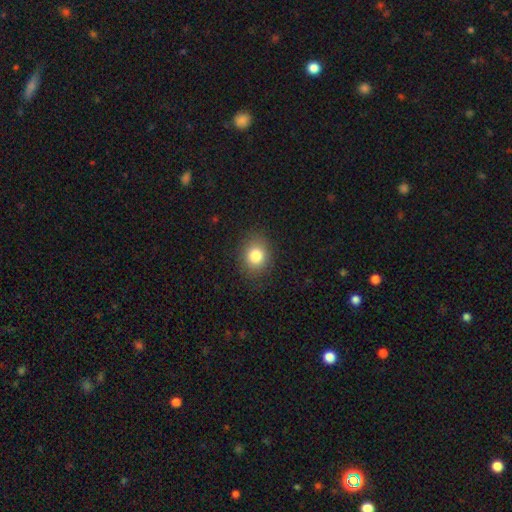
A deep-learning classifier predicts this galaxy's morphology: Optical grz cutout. It shows a smooth galaxy with no disk features (82%) that is round (59%). Merging: none (87%).